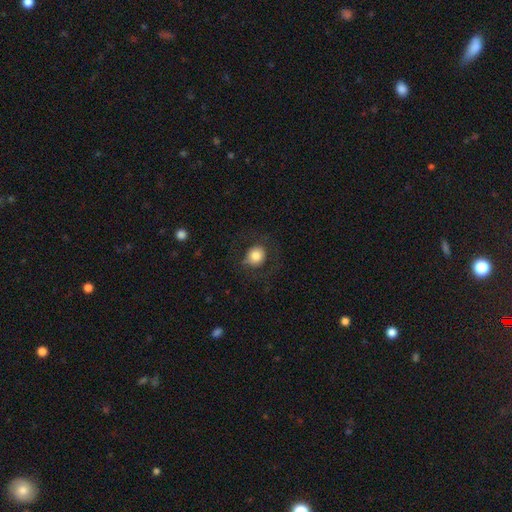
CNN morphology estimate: Overall: smooth (79%). How rounded: round (81%). Merging: none (74%).